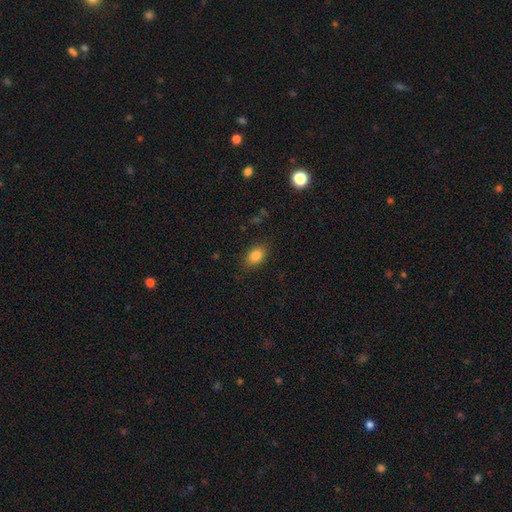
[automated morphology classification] smooth-or-featured: smooth: 84% | star or artifact: 9% | featured or disk: 7%
  how-rounded: in between: 83% | round: 15% | cigar-shaped: 2%
  merging: none: 85% | minor disturbance: 11% | major disturbance: 3% | merger: 1%